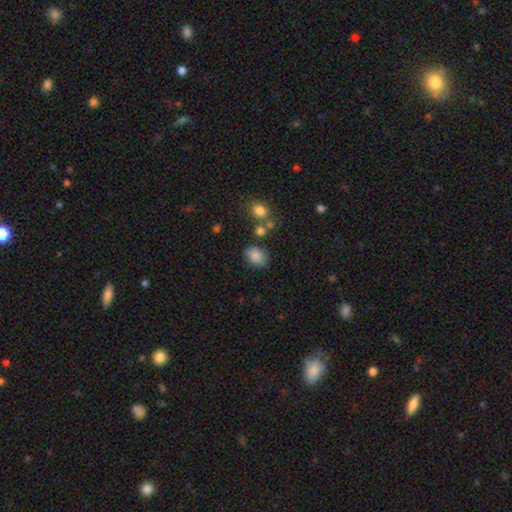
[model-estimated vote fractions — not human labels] The model was most divided on "merging": none: 71%, minor disturbance: 18%, merger: 7%, major disturbance: 5%. More confident: smooth or featured — smooth (84%); how rounded — in between (79%).